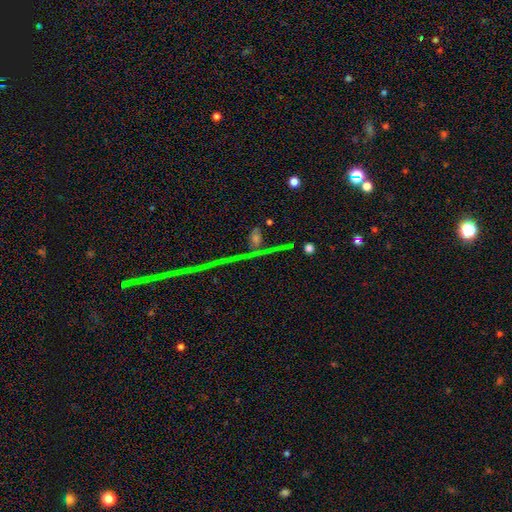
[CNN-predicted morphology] Smooth or featured? star or artifact (74%)